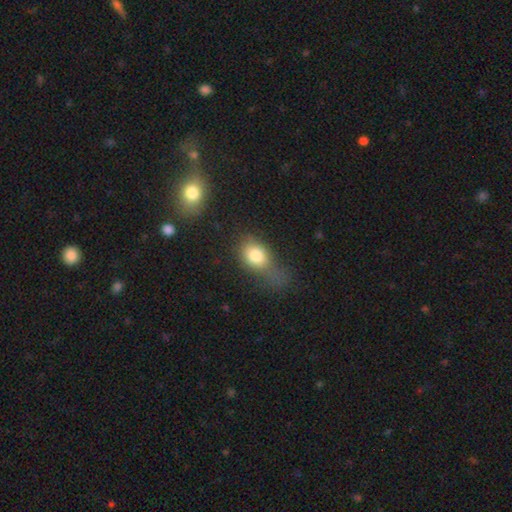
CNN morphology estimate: This is likely a smooth galaxy (78%). How rounded: likely in between (72%). Merging: marginally major disturbance (34%).